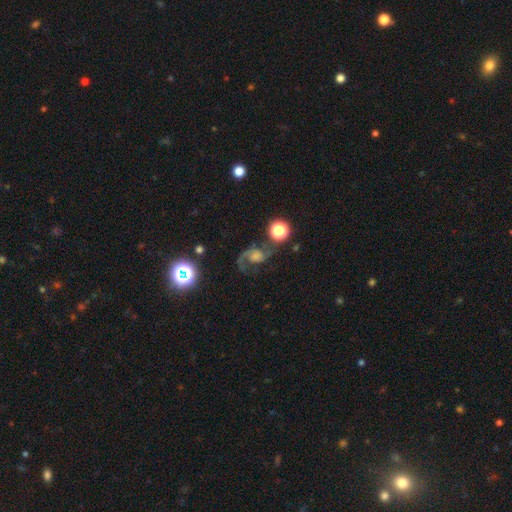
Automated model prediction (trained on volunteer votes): A featured or disk galaxy (76%) with no bar (61%), 2 (79%) medium (45%, tied with loose) spiral arms (96%) and a moderate central bulge (31%). Merging: none (60%).